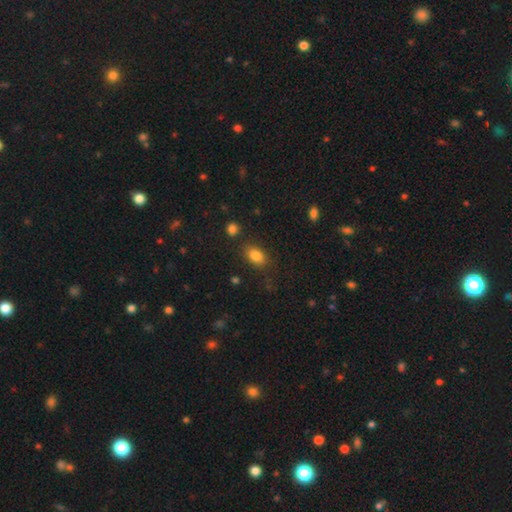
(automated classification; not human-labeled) Smooth or featured?
  - smooth: 84% *
  - star or artifact: 9%
  - featured or disk: 7%
How rounded?
  - in between: 85% *
  - round: 12%
  - cigar-shaped: 2%
Merging?
  - none: 81% *
  - minor disturbance: 12%
  - major disturbance: 4%
  - merger: 3%